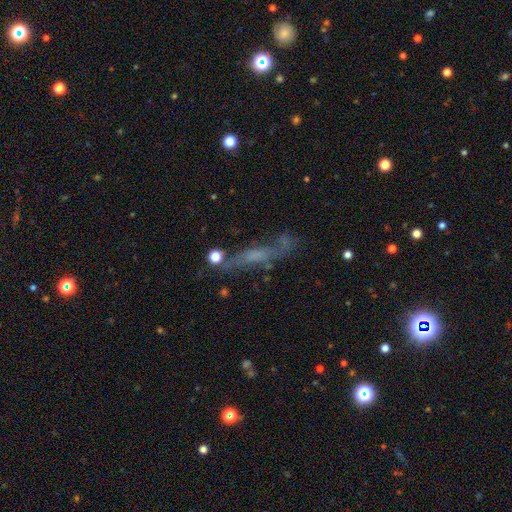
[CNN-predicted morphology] A featured or disk galaxy (47%). Merging: none (54%).